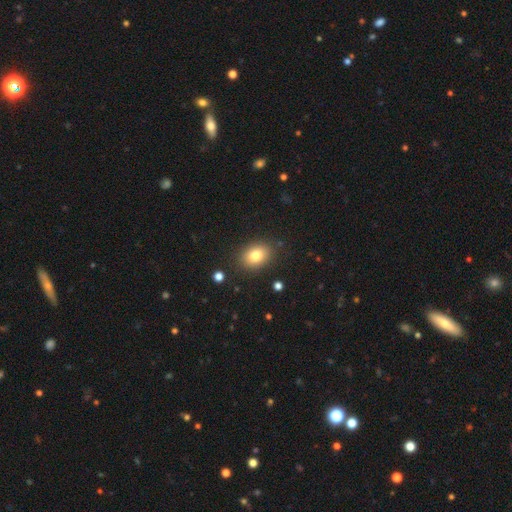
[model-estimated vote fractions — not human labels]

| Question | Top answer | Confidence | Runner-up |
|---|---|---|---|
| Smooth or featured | smooth | 80% | featured or disk (10%) |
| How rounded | in between | 70% | round (29%) |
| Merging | none | 86% | minor disturbance (9%) |